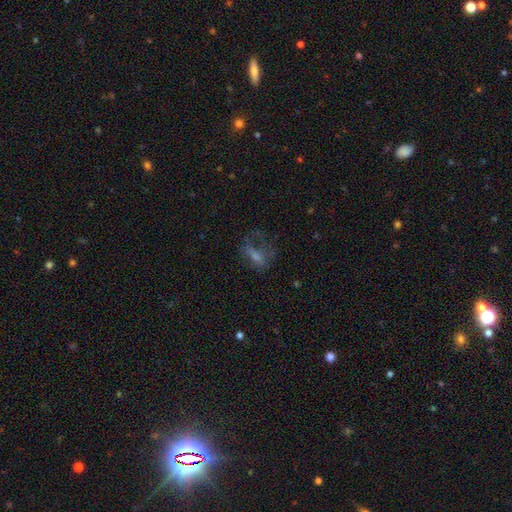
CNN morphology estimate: A smooth galaxy with no disk features (46%). Merging: major disturbance (47%).